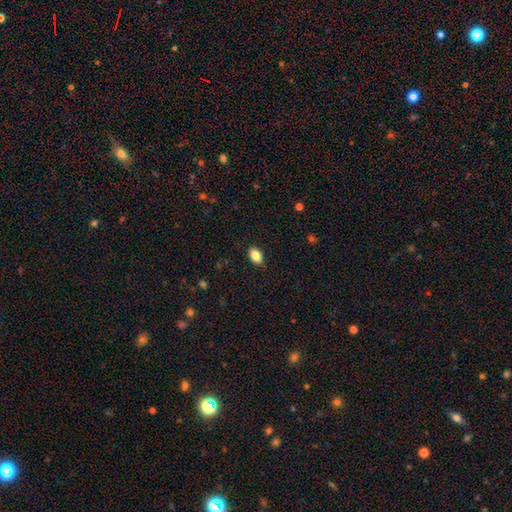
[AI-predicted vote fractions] This appears to be a smooth galaxy with no disk features (83%) that is in between round and cigar-shaped (88%). Merging: none (86%).